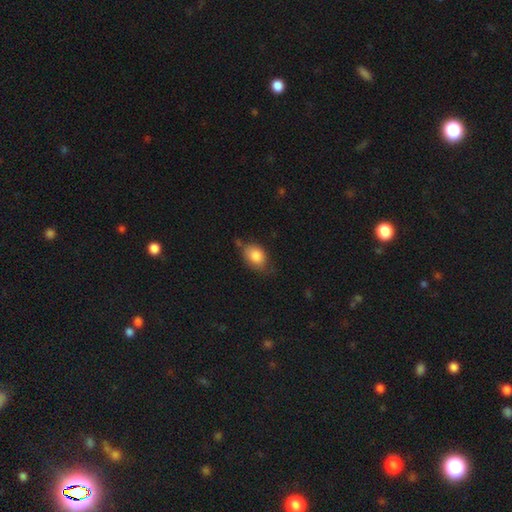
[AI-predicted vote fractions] Smooth or featured: smooth — 83% (featured or disk — 9%)
How rounded: in between — 77% (round — 22%)
Merging: none — 54% (minor disturbance — 33%)